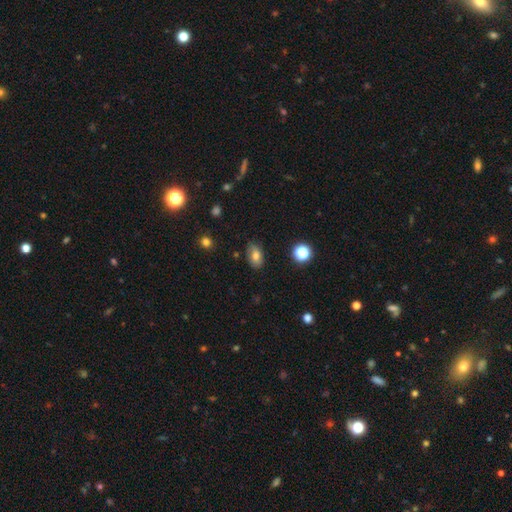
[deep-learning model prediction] A smooth galaxy with no disk features (73%) that is in between round and cigar-shaped (88%).

Vote fractions:
- Smooth or featured? smooth: 73% / featured or disk: 16% / star or artifact: 11%
- How rounded? in between: 88% / round: 10% / cigar-shaped: 2%
- Merging? none: 78% / minor disturbance: 16% / major disturbance: 3% / merger: 2%